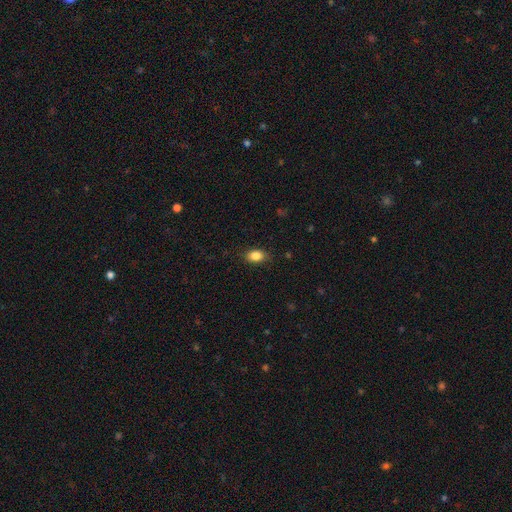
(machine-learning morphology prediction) A smooth galaxy with no disk features (85%) that is in between round and cigar-shaped (82%).

Vote fractions:
- Smooth or featured? smooth: 85% / star or artifact: 9% / featured or disk: 6%
- How rounded? in between: 82% / round: 16% / cigar-shaped: 2%
- Merging? none: 85% / minor disturbance: 12% / major disturbance: 3% / merger: 1%